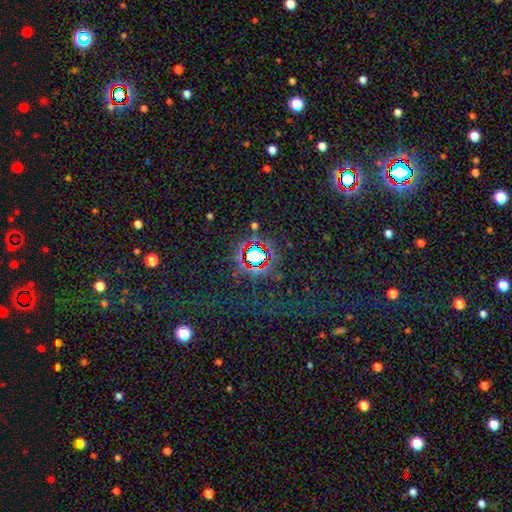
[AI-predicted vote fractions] star or artifact 75%, smooth 15%, featured or disk 10%.